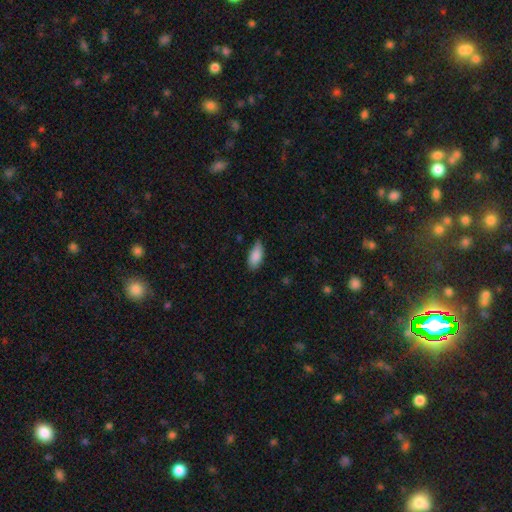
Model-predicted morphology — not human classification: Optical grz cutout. It shows a smooth galaxy with no disk features (87%) that is in between round and cigar-shaped (89%). Merging: none (68%).